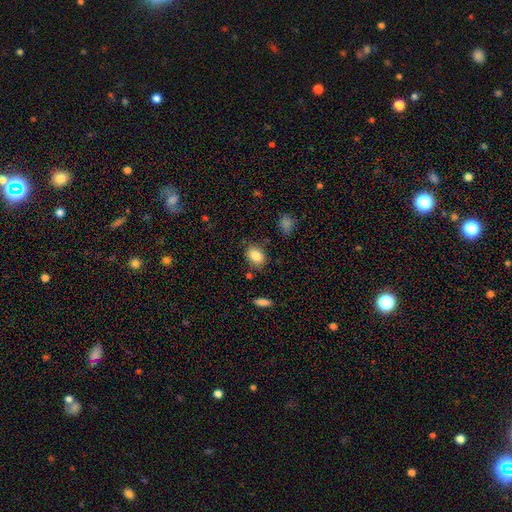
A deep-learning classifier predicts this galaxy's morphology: Smooth or featured? Predicted: smooth (p=0.85). How rounded? Predicted: in between (p=0.74). Merging? Predicted: none (p=0.78).